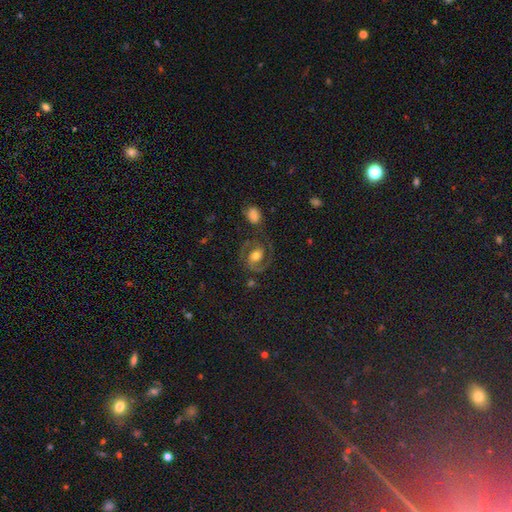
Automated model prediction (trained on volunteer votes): Smooth or featured? Predicted: featured or disk (p=0.76). Edge-on disk? Predicted: no (p=0.97). Bar? Predicted: no (p=0.44). Spiral arms? Predicted: yes (p=0.93). Spiral winding? Predicted: medium (p=0.54). Spiral arm count? Predicted: 2 (p=0.89). Bulge size? Predicted: moderate (p=0.70). Merging? Predicted: none (p=0.69).